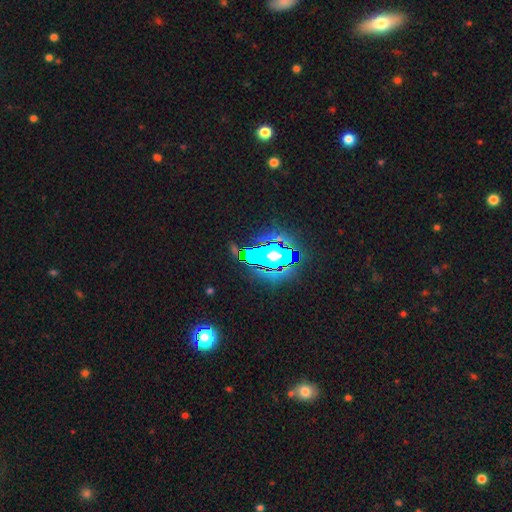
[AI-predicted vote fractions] A star or artifact, not a galaxy (68%).